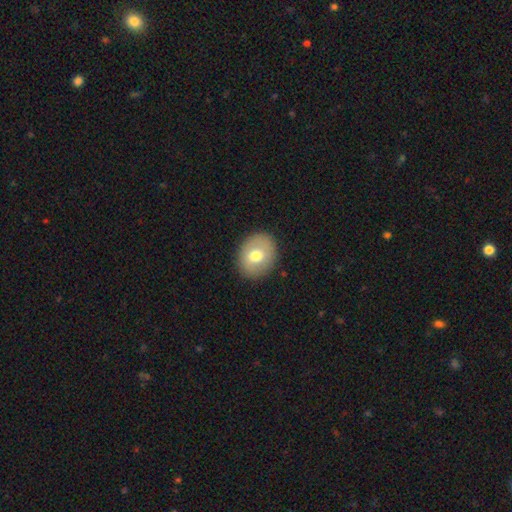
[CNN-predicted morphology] smooth_or_featured: smooth (p=0.70) [alt: featured or disk p=0.23]
how_rounded: round (p=0.56) [alt: in between p=0.43]
merging: none (p=0.87) [alt: minor disturbance p=0.09]